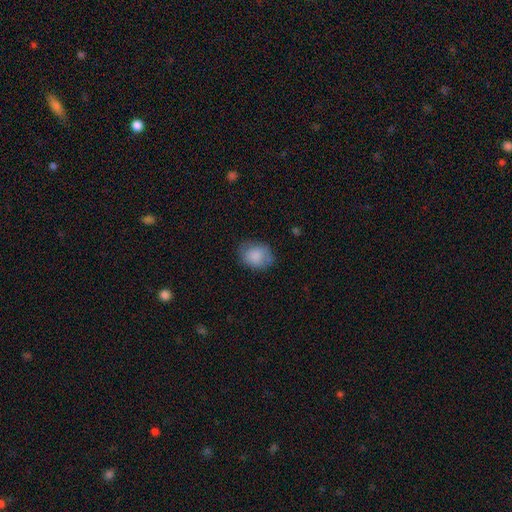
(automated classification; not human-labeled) Morphology: type=smooth (85%); roundness=in between (57%); merging=none (70%).